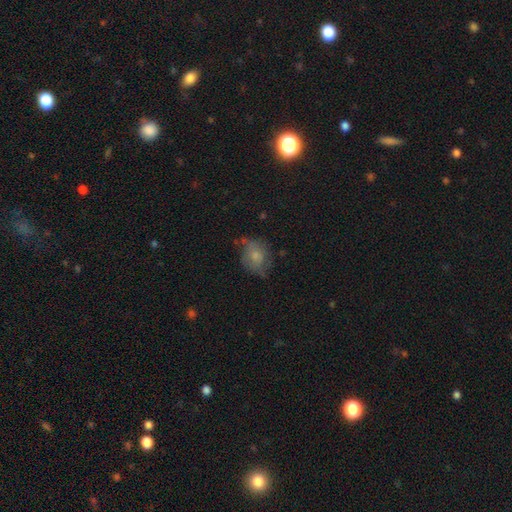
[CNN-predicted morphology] A smooth galaxy with no disk features (64%) that is round (56%). Merging: none (50%).